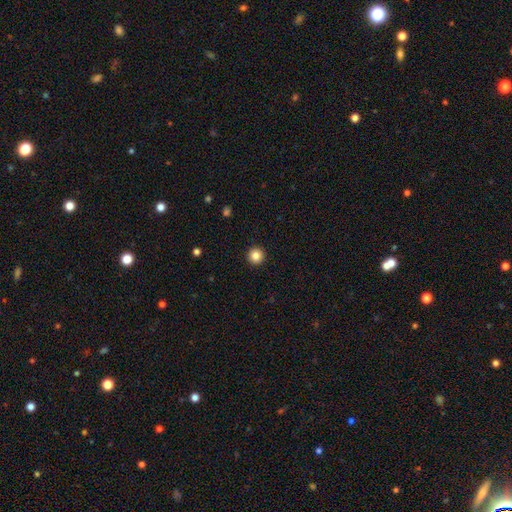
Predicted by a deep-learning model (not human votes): Overall: smooth (85%). How rounded: round (96%). Merging: none (94%).